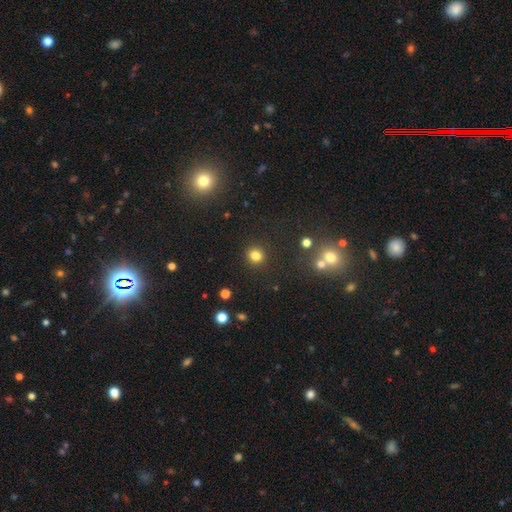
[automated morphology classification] smooth 82%, star or artifact 14%, featured or disk 5%. Down the decision tree: how rounded — round (89%); merging — none (90%).